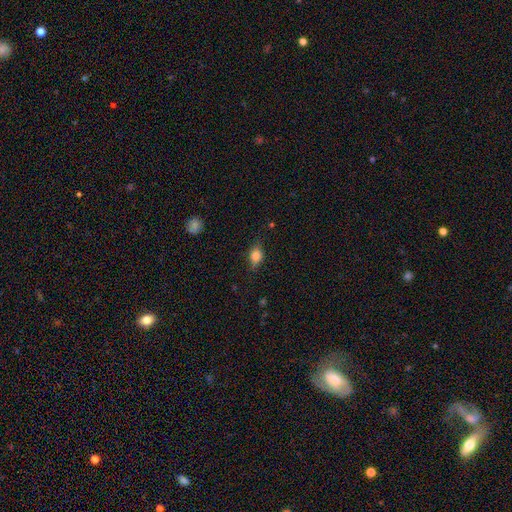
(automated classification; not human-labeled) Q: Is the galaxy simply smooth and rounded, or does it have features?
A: smooth — 79%.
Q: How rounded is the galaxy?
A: in between — 71%.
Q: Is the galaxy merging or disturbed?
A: none — 77%.